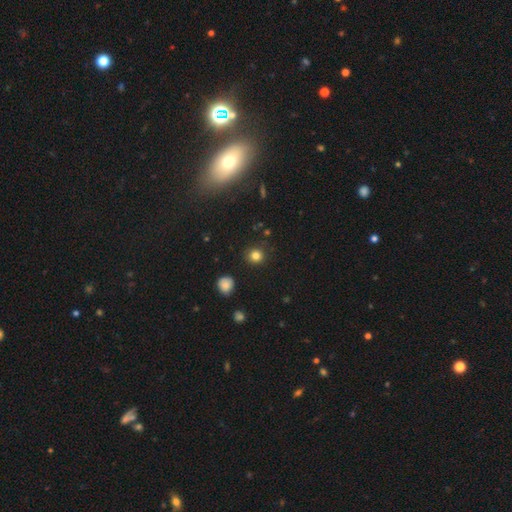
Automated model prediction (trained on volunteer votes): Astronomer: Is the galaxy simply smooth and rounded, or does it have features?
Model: smooth — 81%.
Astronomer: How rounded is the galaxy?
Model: round — 91%.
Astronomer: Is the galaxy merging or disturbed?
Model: none — 89%.